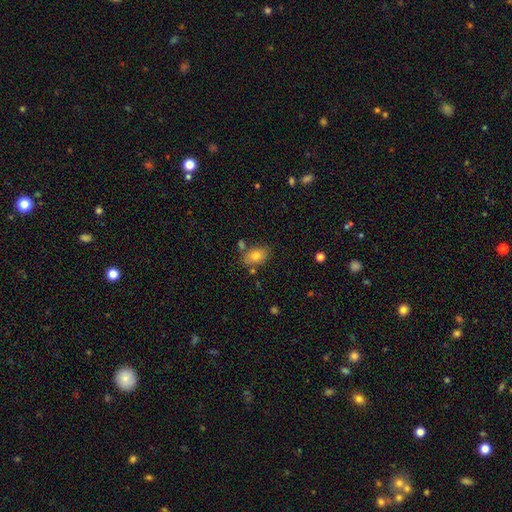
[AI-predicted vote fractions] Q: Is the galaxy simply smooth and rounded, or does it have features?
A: smooth — 78%.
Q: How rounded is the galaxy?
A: in between — 85%.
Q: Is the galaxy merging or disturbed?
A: none — 74%.